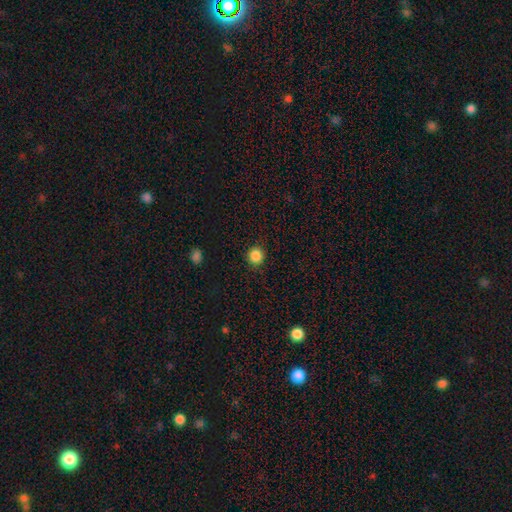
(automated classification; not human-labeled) Overall: smooth (87%). How rounded: round (91%). Merging: none (90%).